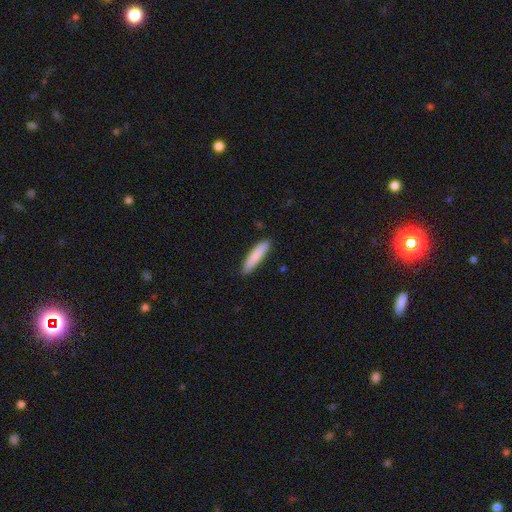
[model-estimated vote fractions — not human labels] A smooth galaxy with no disk features (81%) that is cigar-shaped (84%).

Vote fractions:
- Smooth or featured? smooth: 81% / featured or disk: 13% / star or artifact: 5%
- How rounded? cigar-shaped: 84% / in between: 14% / round: 1%
- Merging? none: 89% / minor disturbance: 8% / major disturbance: 2% / merger: 1%